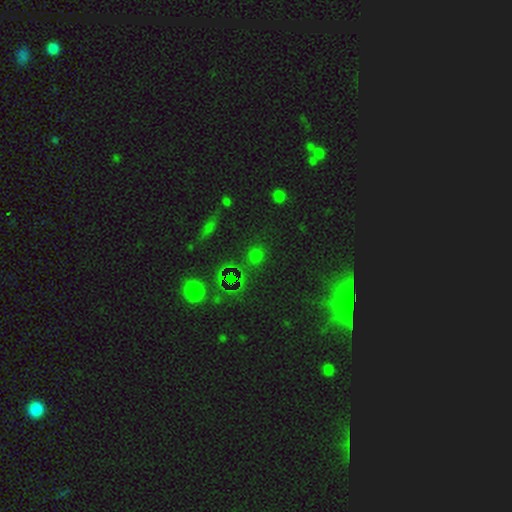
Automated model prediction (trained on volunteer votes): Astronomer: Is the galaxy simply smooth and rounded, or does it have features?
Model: smooth — 50% (runner-up: star or artifact, 43%).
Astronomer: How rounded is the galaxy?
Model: round — 84%.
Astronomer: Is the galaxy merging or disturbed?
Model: none — 82%.